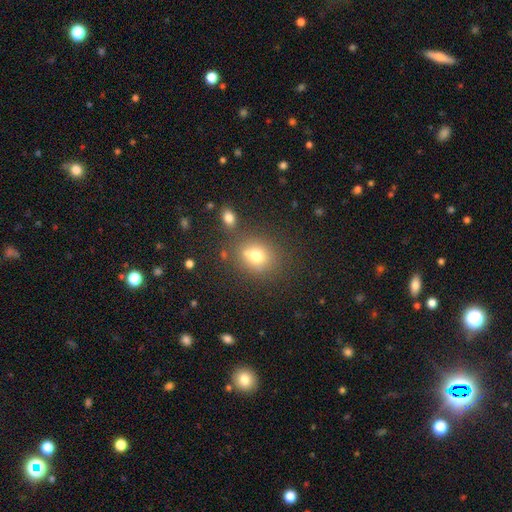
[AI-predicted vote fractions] Smooth or featured?
  - smooth: 73% *
  - star or artifact: 14%
  - featured or disk: 13%
How rounded?
  - round: 70% *
  - in between: 29%
  - cigar-shaped: 1%
Merging?
  - none: 58% *
  - merger: 24%
  - minor disturbance: 13%
  - major disturbance: 5%